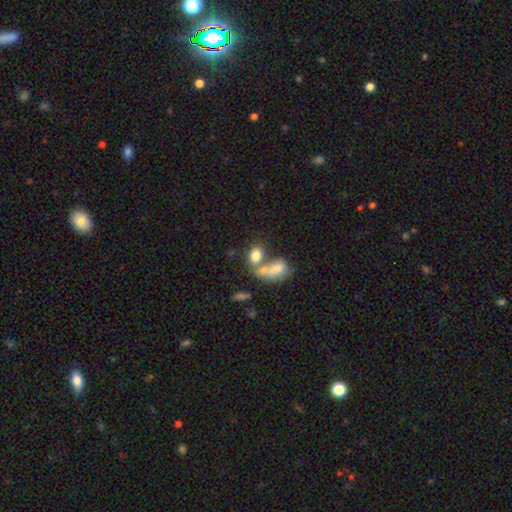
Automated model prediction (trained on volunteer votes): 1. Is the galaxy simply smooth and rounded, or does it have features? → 76% smooth, 13% featured or disk, 10% star or artifact.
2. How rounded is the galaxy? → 70% in between, 28% round, 3% cigar-shaped.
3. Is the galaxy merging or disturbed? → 50% merger, 34% none, 10% minor disturbance, 6% major disturbance.